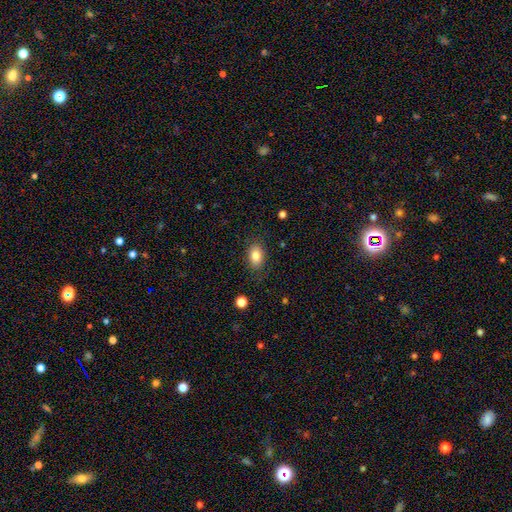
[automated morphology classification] Smooth or featured?
  - smooth: 84% *
  - star or artifact: 8%
  - featured or disk: 8%
How rounded?
  - in between: 85% *
  - round: 13%
  - cigar-shaped: 1%
Merging?
  - none: 84% *
  - minor disturbance: 12%
  - major disturbance: 3%
  - merger: 1%